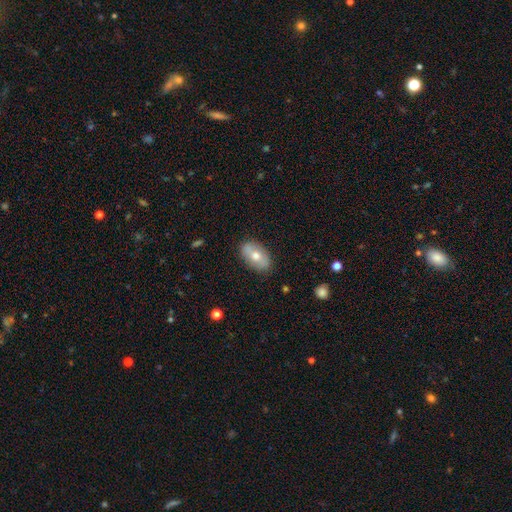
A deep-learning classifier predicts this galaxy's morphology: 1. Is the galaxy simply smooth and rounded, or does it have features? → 60% smooth, 34% featured or disk, 6% star or artifact.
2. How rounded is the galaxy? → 91% in between, 7% round, 2% cigar-shaped.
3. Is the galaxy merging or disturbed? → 84% none, 12% minor disturbance, 3% major disturbance, 1% merger.